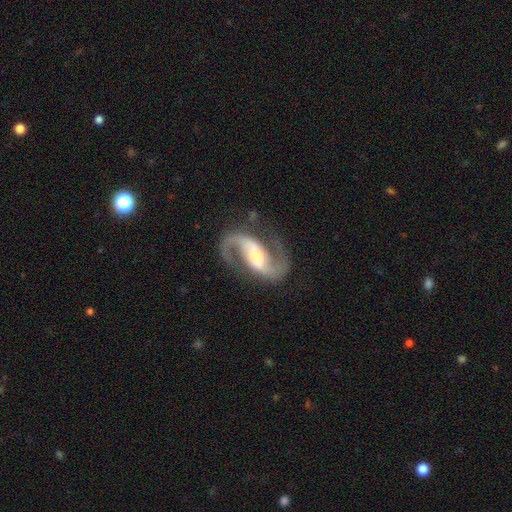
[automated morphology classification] Smooth or featured?
  - featured or disk: 93% *
  - star or artifact: 4%
  - smooth: 3%
Edge-on disk?
  - no: 98% *
  - yes: 2%
Bar?
  - strong: 47% *
  - weak: 37%
  - no: 17%
Spiral arms?
  - yes: 98% *
  - no: 2%
Spiral winding?
  - medium: 47% *
  - loose: 44%
  - tight: 8%
Spiral arm count?
  - 2: 94% *
  - 1: 2%
  - can't tell: 1%
  - 3: 1%
  - 4: 1%
  - more than 4: 1%
Bulge size?
  - small: 42% *
  - moderate: 41%
  - large: 10%
  - none: 4%
  - dominant: 2%
Merging?
  - none: 81% *
  - minor disturbance: 11%
  - major disturbance: 7%
  - merger: 2%